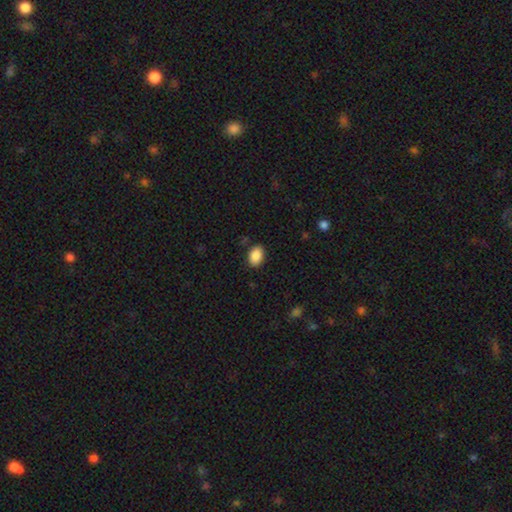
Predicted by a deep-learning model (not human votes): Smooth or featured?
  - smooth: 89% *
  - star or artifact: 8%
  - featured or disk: 4%
How rounded?
  - in between: 86% *
  - round: 13%
  - cigar-shaped: 1%
Merging?
  - none: 87% *
  - minor disturbance: 9%
  - major disturbance: 2%
  - merger: 1%